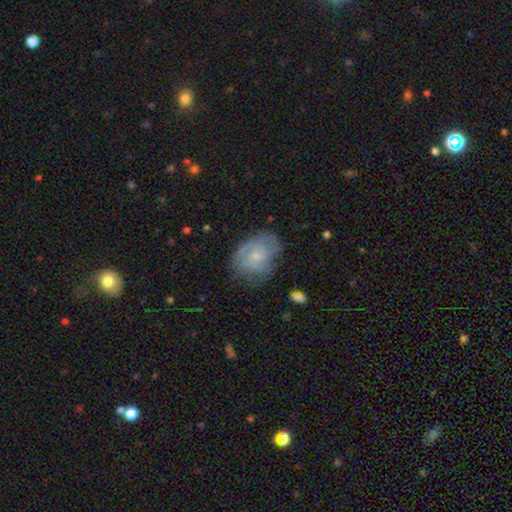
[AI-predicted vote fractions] smooth_or_featured: featured or disk (p=0.61) [alt: smooth p=0.32]
disk_edge_on: no (p=0.97) [alt: yes p=0.03]
bar: no (p=0.74) [alt: weak p=0.23]
has_spiral_arms: yes (p=0.83) [alt: no p=0.17]
bulge_size: small (p=0.68) [alt: moderate p=0.25]
merging: none (p=0.63) [alt: minor disturbance p=0.25]